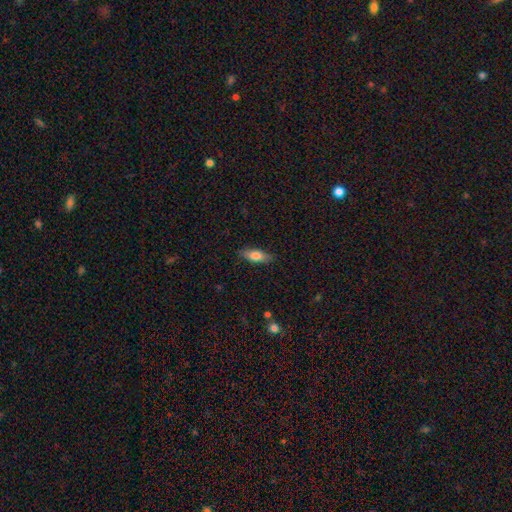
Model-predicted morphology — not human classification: type=smooth (74%); roundness=in between (65%); merging=none (85%).